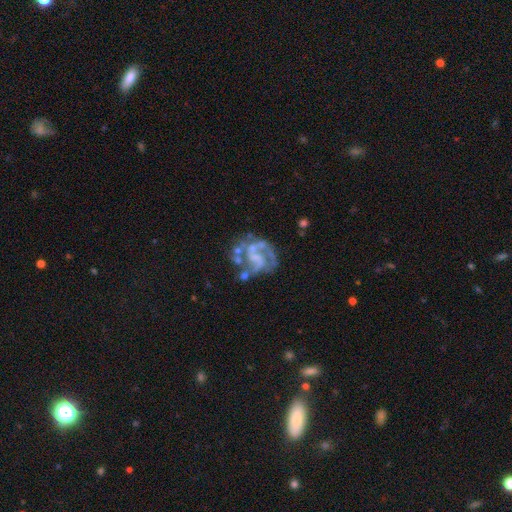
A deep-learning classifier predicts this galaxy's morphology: Q: Smooth or featured?
A: featured or disk (83%); runner-up: smooth (9%)
Q: Edge-on disk?
A: no (98%); runner-up: yes (2%)
Q: Bar?
A: no (48%); runner-up: weak (37%)
Q: Spiral arms?
A: yes (87%); runner-up: no (13%)
Q: Spiral winding?
A: medium (49%); runner-up: tight (29%)
Q: Spiral arm count?
A: 2 (54%); runner-up: 3 (17%)
Q: Bulge size?
A: none (56%); runner-up: small (24%)
Q: Merging?
A: none (49%); runner-up: major disturbance (23%)